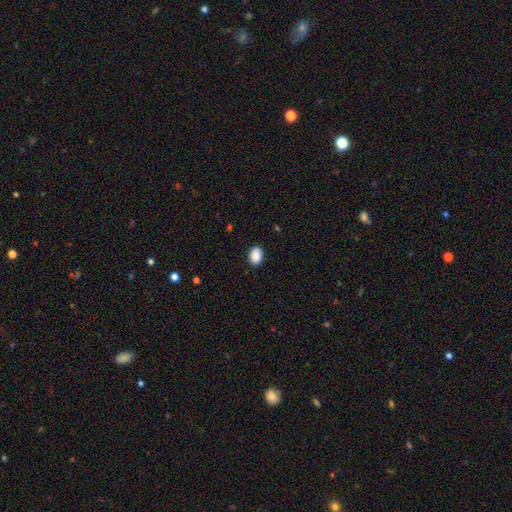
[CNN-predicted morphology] This appears to be a smooth galaxy with no disk features (89%) that is in between round and cigar-shaped (70%). Merging: none (87%).